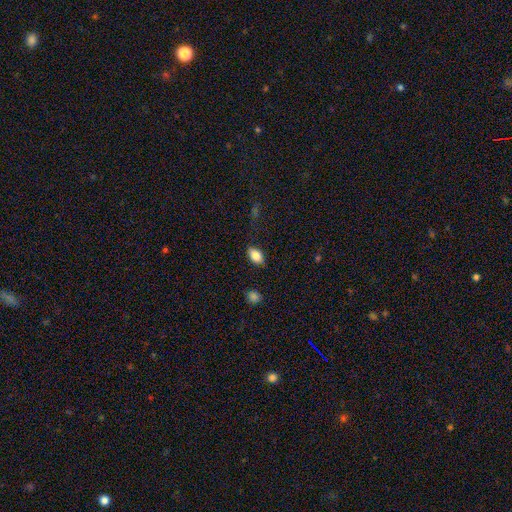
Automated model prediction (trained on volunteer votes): A smooth galaxy with no disk features (84%) that is in between round and cigar-shaped (88%).

Vote fractions:
- Smooth or featured? smooth: 84% / star or artifact: 8% / featured or disk: 7%
- How rounded? in between: 88% / round: 9% / cigar-shaped: 3%
- Merging? none: 84% / minor disturbance: 12% / major disturbance: 3% / merger: 1%